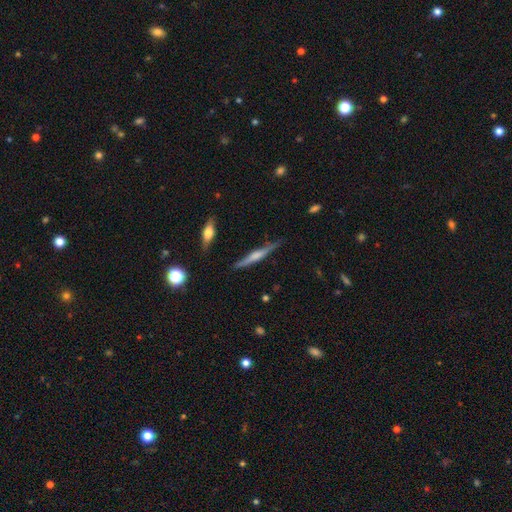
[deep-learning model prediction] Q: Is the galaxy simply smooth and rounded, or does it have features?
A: featured or disk — 59%.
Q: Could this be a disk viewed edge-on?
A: yes — 97%.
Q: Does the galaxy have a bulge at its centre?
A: rounded — 59%.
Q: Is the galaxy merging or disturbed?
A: none — 82%.